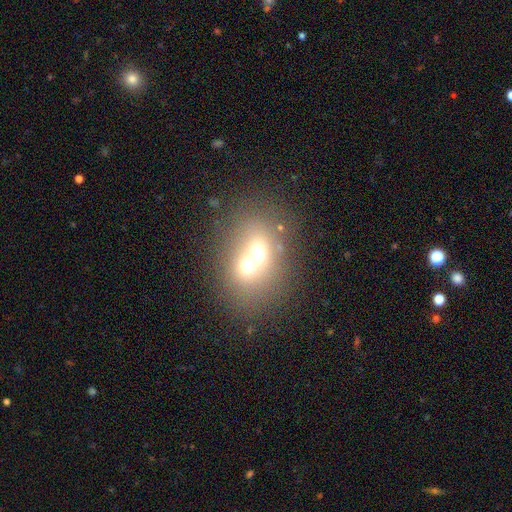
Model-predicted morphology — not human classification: A smooth galaxy with no disk features (61%) that is round (50%).

Vote fractions:
- Smooth or featured? smooth: 61% / featured or disk: 24% / star or artifact: 15%
- How rounded? round: 50% / in between: 48% / cigar-shaped: 1%
- Merging? merger: 65% / none: 26% / minor disturbance: 6% / major disturbance: 4%